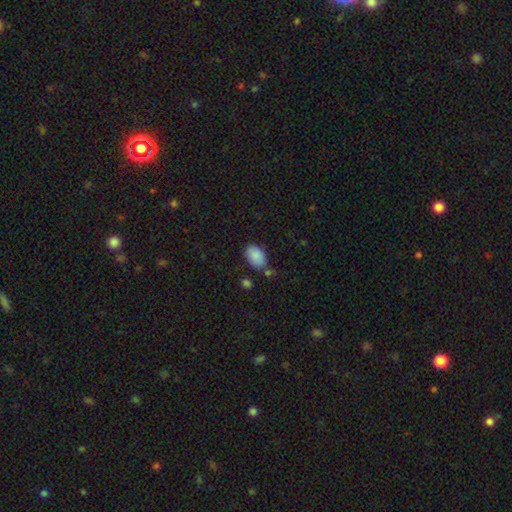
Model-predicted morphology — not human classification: Overall: smooth (88%). How rounded: in between (90%). Merging: none (65%).